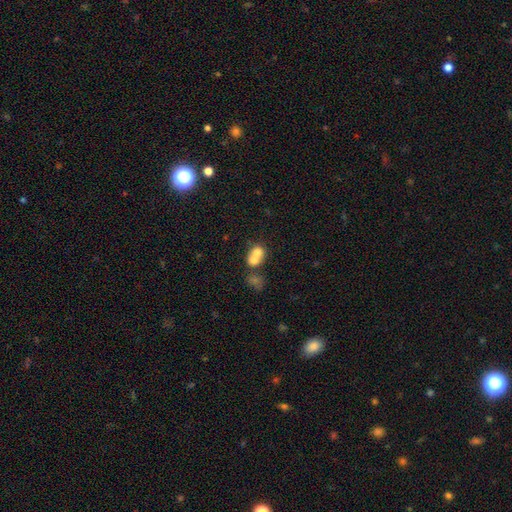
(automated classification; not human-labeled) Smooth or featured? smooth (68%)
How rounded? round (60%)
Merging? merger (70%)